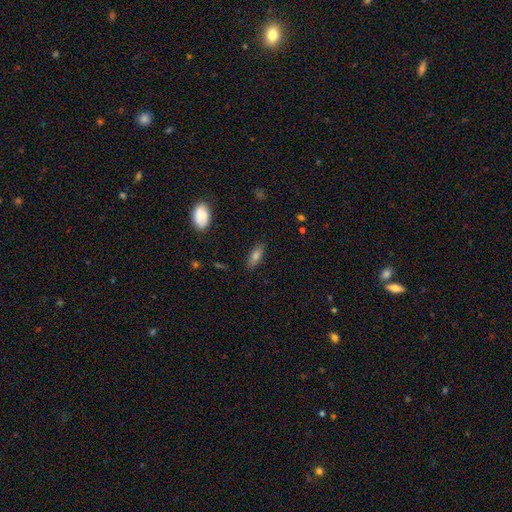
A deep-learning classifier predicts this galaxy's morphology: Smooth or featured?
  - smooth: 73% *
  - featured or disk: 18%
  - star or artifact: 9%
How rounded?
  - in between: 67% *
  - cigar-shaped: 30%
  - round: 3%
Merging?
  - none: 85% *
  - minor disturbance: 11%
  - major disturbance: 2%
  - merger: 1%